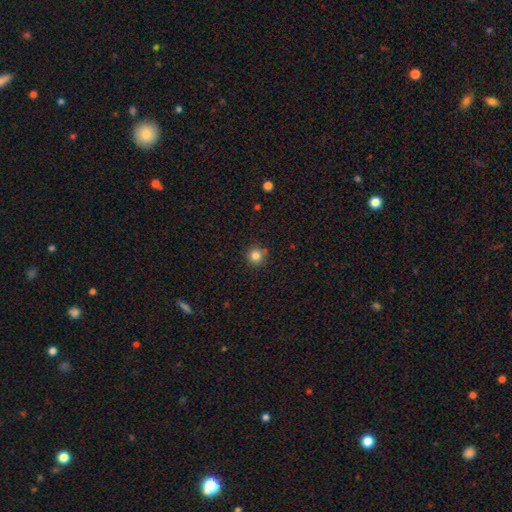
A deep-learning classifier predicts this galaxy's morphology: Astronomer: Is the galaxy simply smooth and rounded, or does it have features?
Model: smooth — 83%.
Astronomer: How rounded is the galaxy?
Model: round — 94%.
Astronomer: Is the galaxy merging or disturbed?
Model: none — 83%.